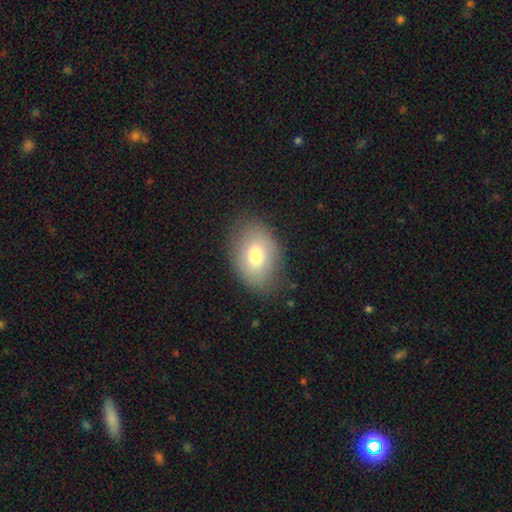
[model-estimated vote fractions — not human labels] Smooth or featured?
  - smooth: 75% *
  - featured or disk: 17%
  - star or artifact: 9%
How rounded?
  - in between: 80% *
  - round: 19%
  - cigar-shaped: 1%
Merging?
  - none: 78% *
  - minor disturbance: 16%
  - major disturbance: 5%
  - merger: 1%